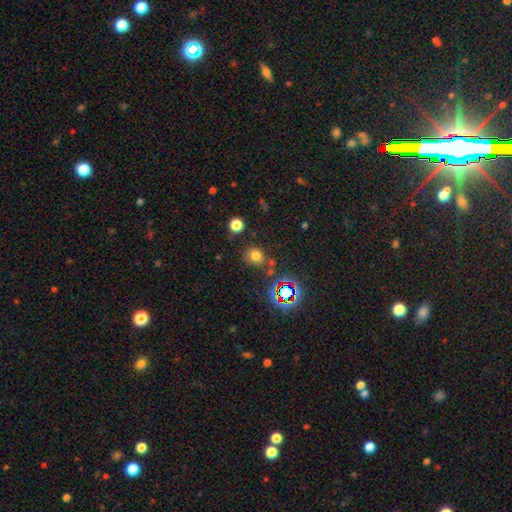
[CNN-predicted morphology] A smooth galaxy with no disk features (70%) that is round (71%). Merging: none (75%).